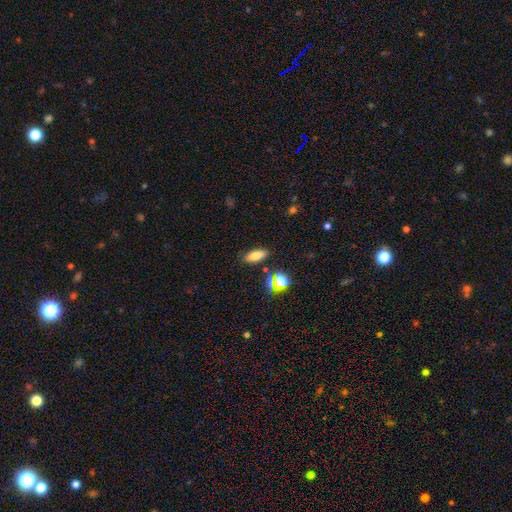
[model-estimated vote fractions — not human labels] Morphology: type=smooth (75%); roundness=in between (76%); merging=none (83%).